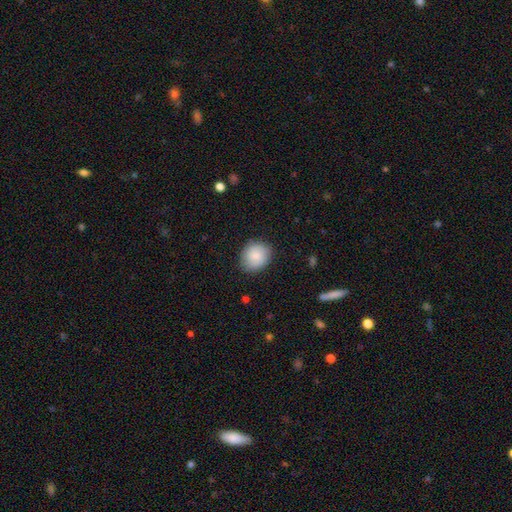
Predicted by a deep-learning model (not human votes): smooth 85%, featured or disk 8%, star or artifact 6%. Down the decision tree: how rounded — round (68%); merging — none (84%).